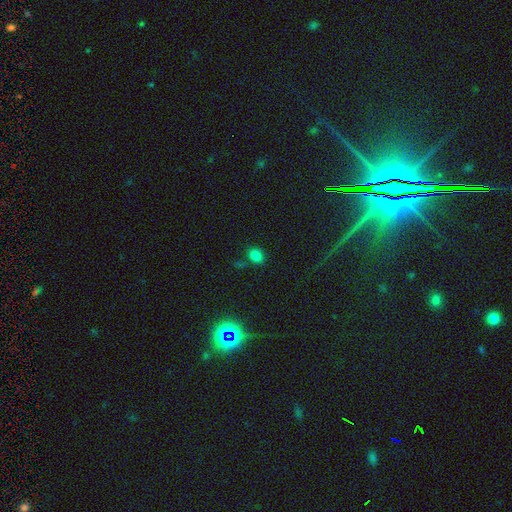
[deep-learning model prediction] smooth_or_featured: smooth (p=0.76) [alt: star or artifact p=0.19]
how_rounded: in between (p=0.60) [alt: round p=0.38]
merging: none (p=0.73) [alt: minor disturbance p=0.13]